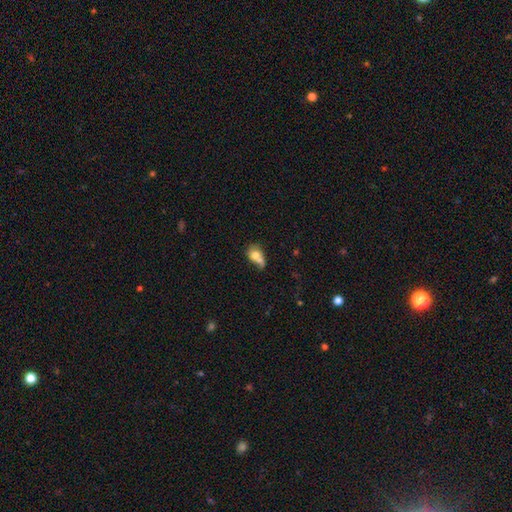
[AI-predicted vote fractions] This appears to be a smooth galaxy with no disk features (70%) that is in between round and cigar-shaped (55%). Merging: merger (53%).